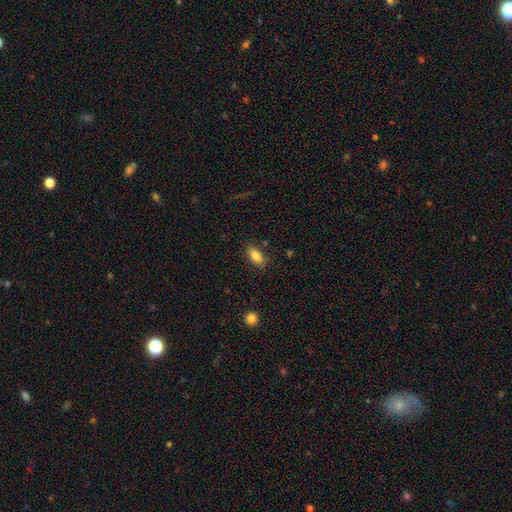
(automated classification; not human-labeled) A smooth galaxy with no disk features (86%) that is in between round and cigar-shaped (89%). Merging: none (81%).